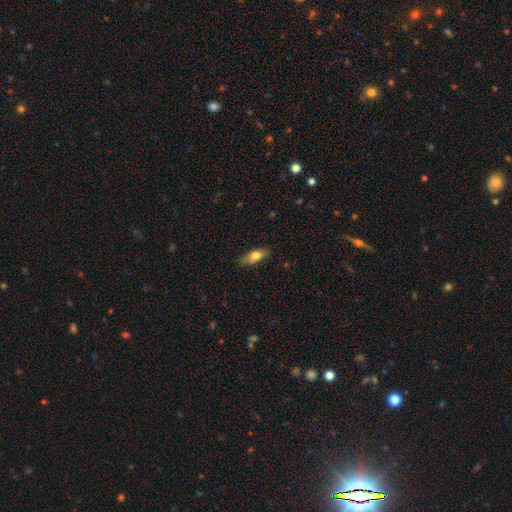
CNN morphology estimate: The model was most divided on "how rounded": in between: 60%, cigar-shaped: 36%, round: 4%. More confident: merging — none (79%); smooth or featured — smooth (67%).